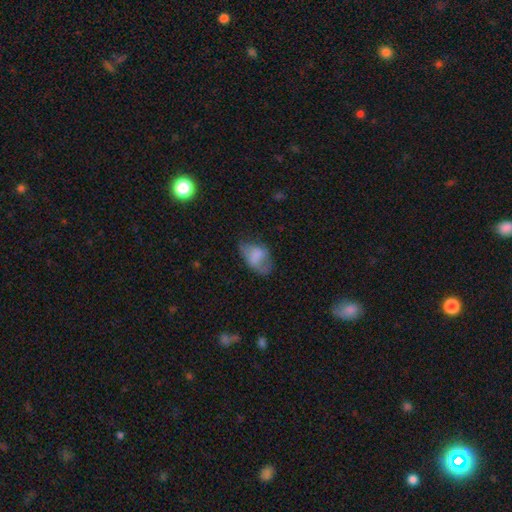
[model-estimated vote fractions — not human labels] A smooth galaxy with no disk features (67%) that is in between round and cigar-shaped (87%).

Vote fractions:
- Smooth or featured? smooth: 67% / featured or disk: 24% / star or artifact: 9%
- How rounded? in between: 87% / round: 12% / cigar-shaped: 2%
- Merging? none: 37% / minor disturbance: 33% / major disturbance: 27% / merger: 3%